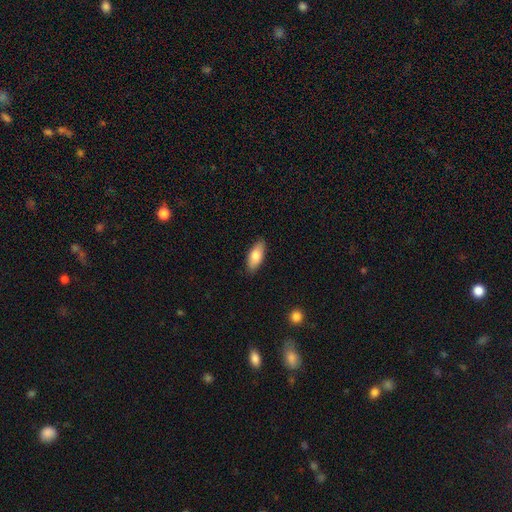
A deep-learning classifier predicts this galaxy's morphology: Smooth or featured? smooth (79%)
How rounded? in between (81%)
Merging? none (88%)